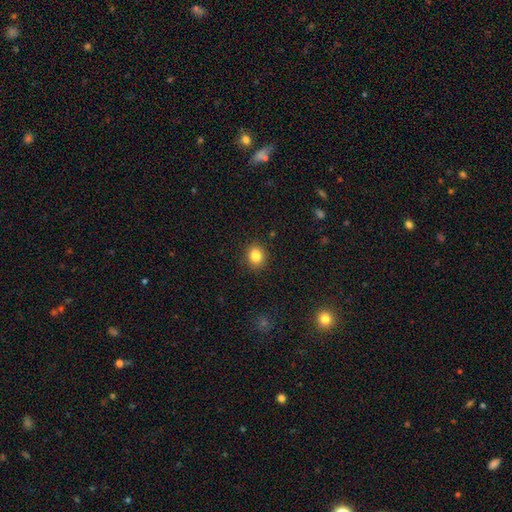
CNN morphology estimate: smooth_or_featured: smooth (p=0.84) [alt: star or artifact p=0.10]
how_rounded: round (p=0.73) [alt: in between p=0.26]
merging: none (p=0.89) [alt: minor disturbance p=0.07]